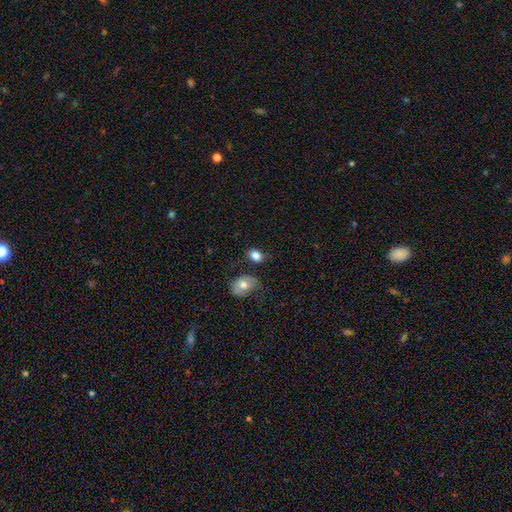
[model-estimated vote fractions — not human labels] The model was most divided on "merging": none: 69%, minor disturbance: 17%, merger: 8%, major disturbance: 5%. More confident: smooth or featured — smooth (84%); how rounded — in between (78%).